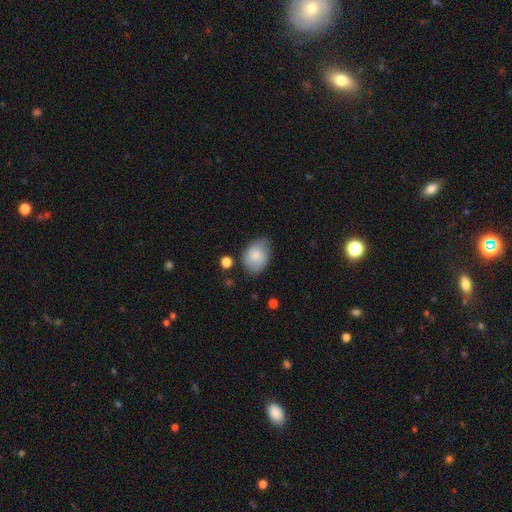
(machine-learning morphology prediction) A smooth galaxy with no disk features (81%) that is in between round and cigar-shaped (70%).

Vote fractions:
- Smooth or featured? smooth: 81% / featured or disk: 12% / star or artifact: 7%
- How rounded? in between: 70% / round: 29% / cigar-shaped: 1%
- Merging? none: 62% / minor disturbance: 29% / major disturbance: 6% / merger: 3%